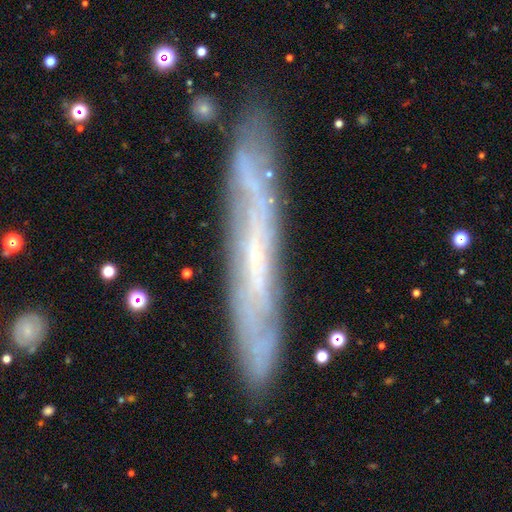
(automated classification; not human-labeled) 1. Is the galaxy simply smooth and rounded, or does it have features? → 70% featured or disk, 21% smooth, 9% star or artifact.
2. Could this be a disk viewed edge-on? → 69% yes, 31% no.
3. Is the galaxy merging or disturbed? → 83% none, 12% minor disturbance, 3% major disturbance, 2% merger.